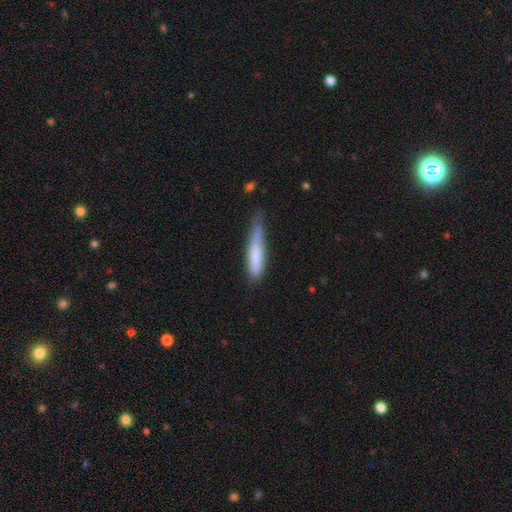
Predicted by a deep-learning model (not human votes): Smooth or featured? Predicted: smooth (p=0.75). How rounded? Predicted: cigar-shaped (p=0.86). Merging? Predicted: none (p=0.48).